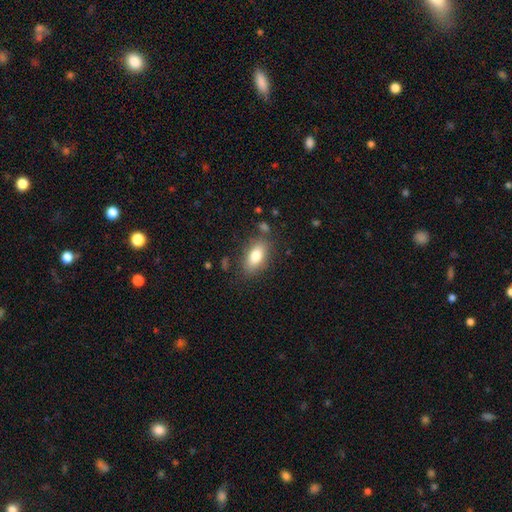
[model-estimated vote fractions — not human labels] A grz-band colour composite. It shows a smooth galaxy with no disk features (79%) that is in between round and cigar-shaped (88%). Merging: none (79%).